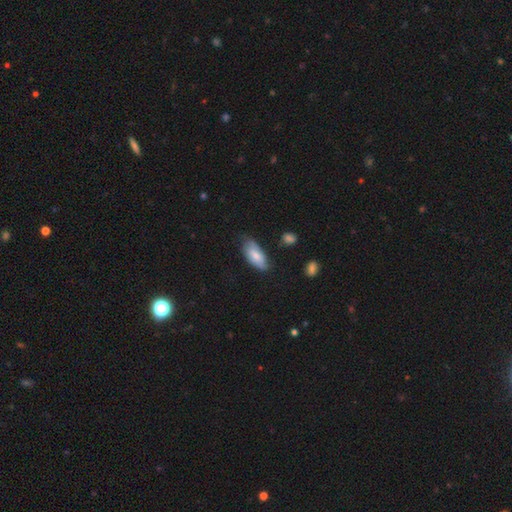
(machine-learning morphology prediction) Smooth or featured? Predicted: smooth (p=0.72). How rounded? Predicted: in between (p=0.88). Merging? Predicted: none (p=0.63).